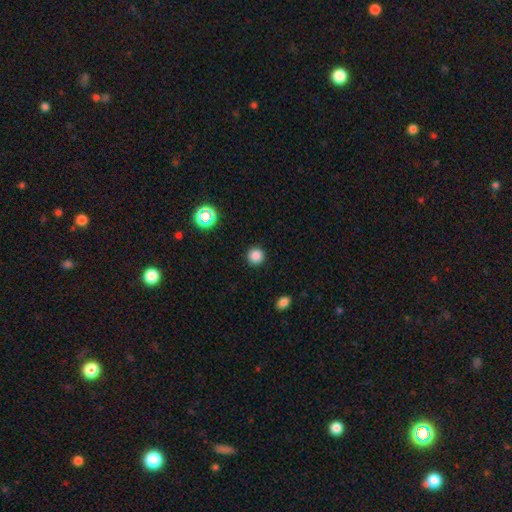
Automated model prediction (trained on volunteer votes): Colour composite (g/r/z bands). It shows a smooth galaxy with no disk features (84%) that is round (95%). Merging: none (92%).